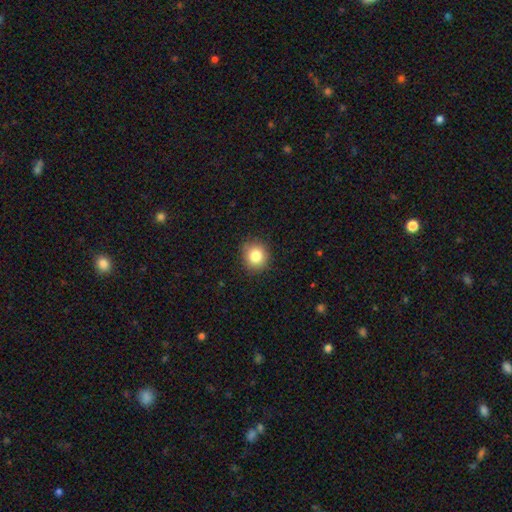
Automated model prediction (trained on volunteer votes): A smooth galaxy with no disk features (83%) that is round (84%).

Vote fractions:
- Smooth or featured? smooth: 83% / star or artifact: 10% / featured or disk: 6%
- How rounded? round: 84% / in between: 15% / cigar-shaped: 1%
- Merging? none: 88% / minor disturbance: 9% / major disturbance: 2% / merger: 1%